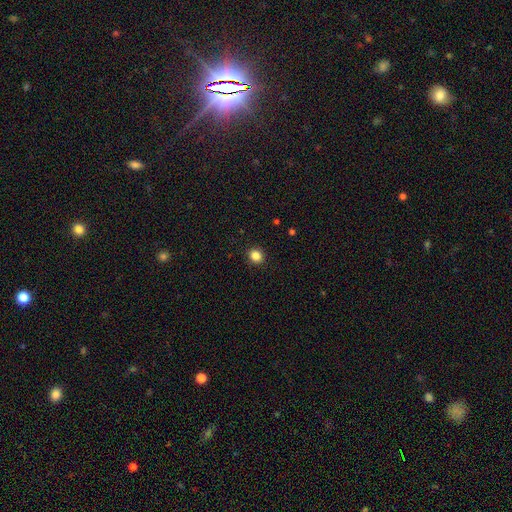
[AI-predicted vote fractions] Smooth or featured? Predicted: smooth (p=0.85). How rounded? Predicted: round (p=0.83). Merging? Predicted: none (p=0.92).